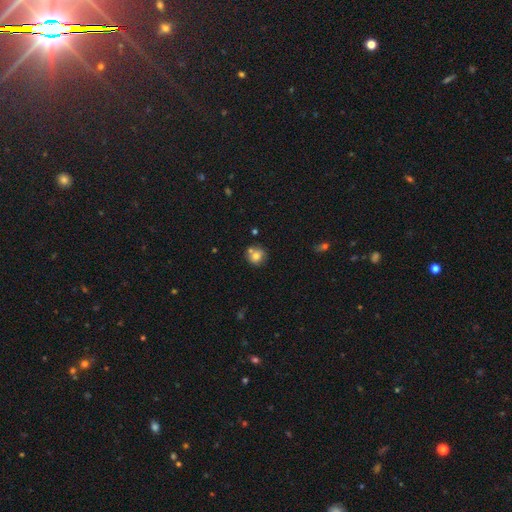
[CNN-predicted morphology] smooth-or-featured: smooth: 74% | featured or disk: 15% | star or artifact: 11%
  how-rounded: round: 87% | in between: 12% | cigar-shaped: 1%
  merging: none: 65% | merger: 20% | minor disturbance: 12% | major disturbance: 3%